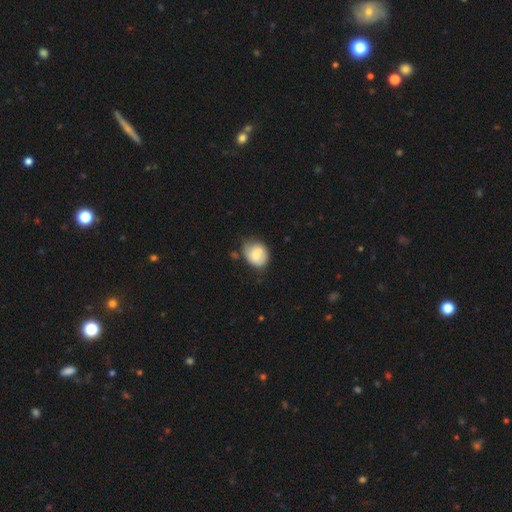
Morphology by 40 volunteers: type=smooth (65%); roundness=round (62%); merging=none (41%).